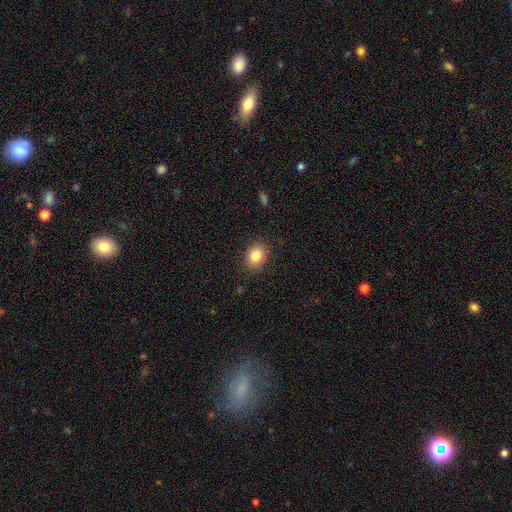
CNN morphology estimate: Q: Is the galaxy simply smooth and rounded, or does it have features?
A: smooth — 84%.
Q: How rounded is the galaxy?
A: in between — 58%.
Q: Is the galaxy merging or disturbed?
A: none — 86%.